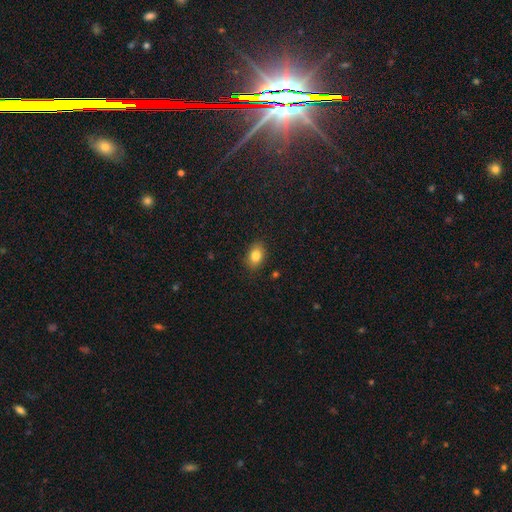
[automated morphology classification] Overall: smooth (83%). How rounded: in between (77%). Merging: none (87%).